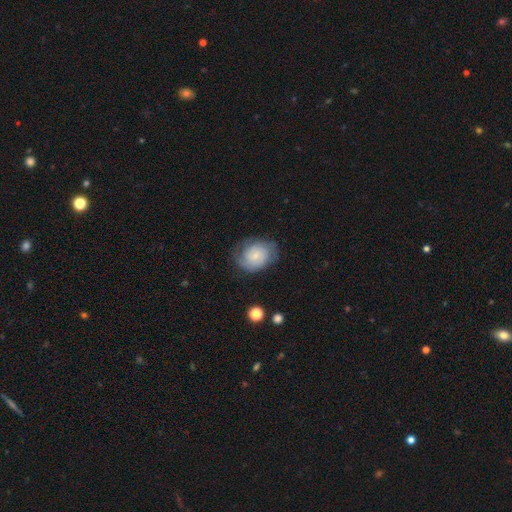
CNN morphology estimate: Smooth or featured? Predicted: featured or disk (p=0.52). Edge-on disk? Predicted: no (p=0.97). Bar? Predicted: no (p=0.70). Spiral arms? Predicted: yes (p=0.86). Bulge size? Predicted: small (p=0.75). Merging? Predicted: none (p=0.71).